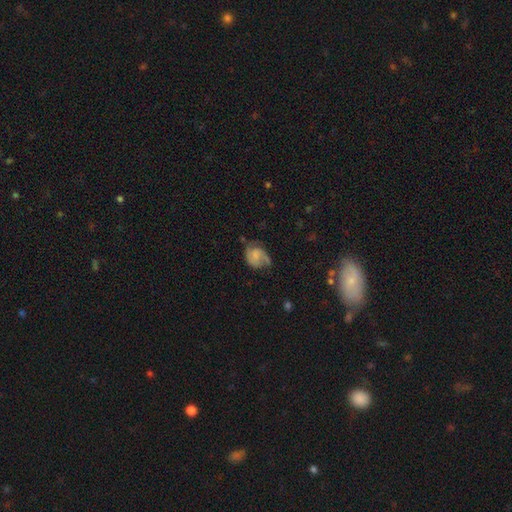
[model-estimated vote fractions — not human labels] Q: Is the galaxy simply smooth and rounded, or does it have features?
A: featured or disk — 56%.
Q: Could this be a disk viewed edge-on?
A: no — 98%.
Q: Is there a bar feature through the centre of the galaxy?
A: no — 59%.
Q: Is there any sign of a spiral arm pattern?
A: yes — 87%.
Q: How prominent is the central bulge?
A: none — 40%.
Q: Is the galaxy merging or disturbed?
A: none — 48%.